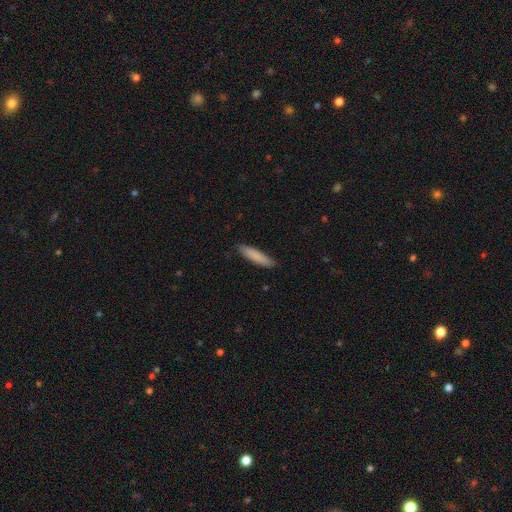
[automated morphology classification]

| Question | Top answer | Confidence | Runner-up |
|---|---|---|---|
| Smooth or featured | smooth | 84% | featured or disk (10%) |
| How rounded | cigar-shaped | 86% | in between (13%) |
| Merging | none | 88% | minor disturbance (10%) |